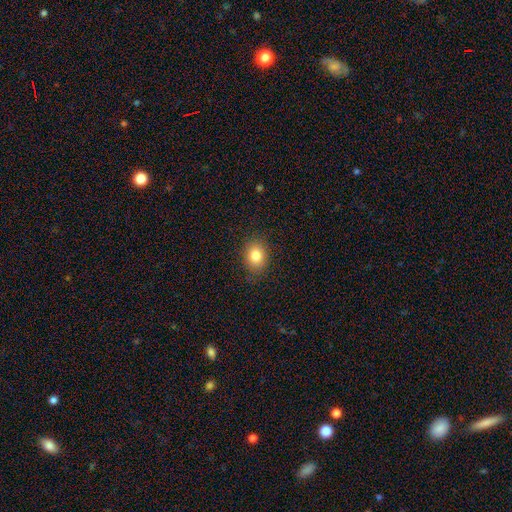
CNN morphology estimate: Smooth or featured: smooth — 82% (star or artifact — 10%)
How rounded: in between — 52% (round — 47%)
Merging: none — 85% (minor disturbance — 11%)